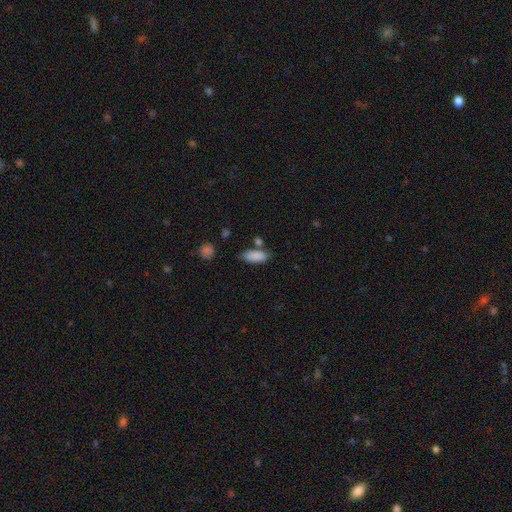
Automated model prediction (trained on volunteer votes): Smooth or featured? Predicted: smooth (p=0.86). How rounded? Predicted: in between (p=0.84). Merging? Predicted: none (p=0.65).